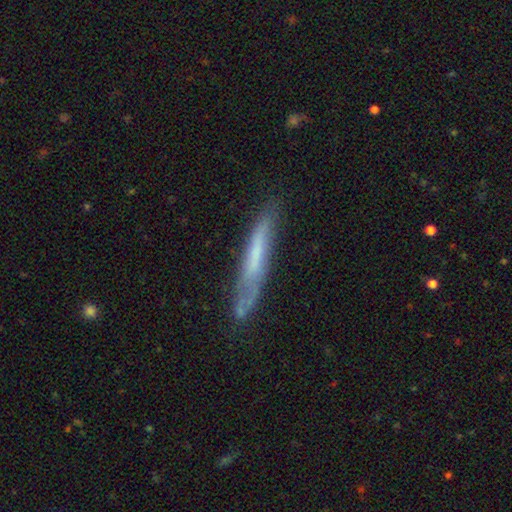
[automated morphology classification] Smooth or featured? featured or disk (46%, tied with smooth)
Merging? none (66%)